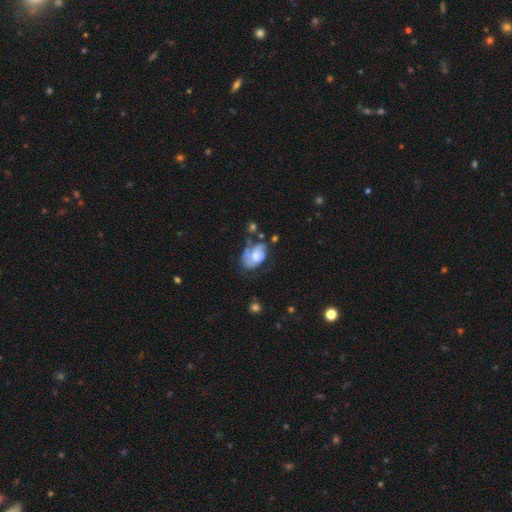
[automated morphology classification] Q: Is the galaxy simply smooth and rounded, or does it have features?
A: featured or disk — 53%.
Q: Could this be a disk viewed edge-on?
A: no — 96%.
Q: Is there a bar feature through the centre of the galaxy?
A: no — 76%.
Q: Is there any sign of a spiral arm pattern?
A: yes — 73%.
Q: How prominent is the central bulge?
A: moderate — 42%.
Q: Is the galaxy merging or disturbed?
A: none — 35%.